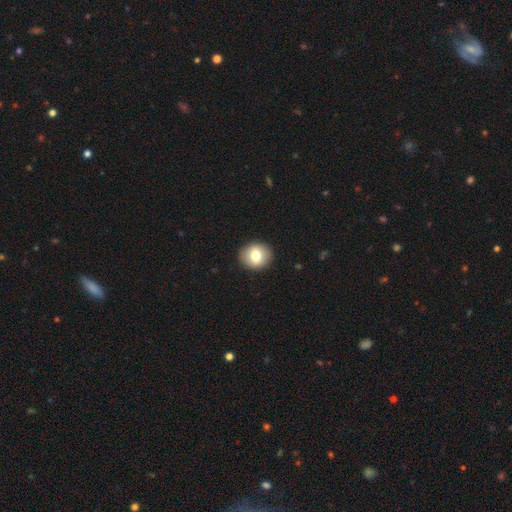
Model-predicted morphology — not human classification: Smooth or featured? smooth (73%)
How rounded? round (76%)
Merging? none (91%)